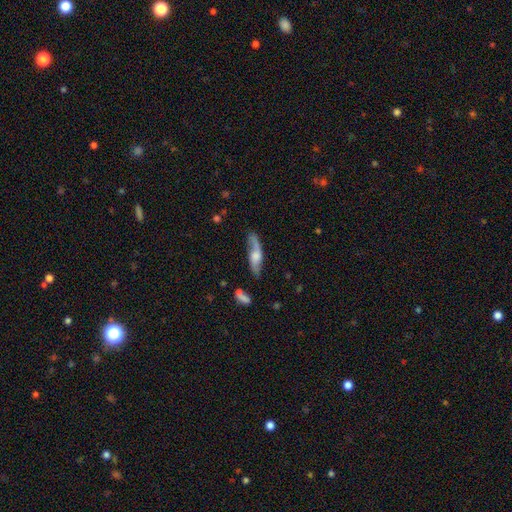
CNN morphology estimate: Smooth or featured? Predicted: featured or disk (p=0.65). Edge-on disk? Predicted: no (p=0.67). Merging? Predicted: none (p=0.67).